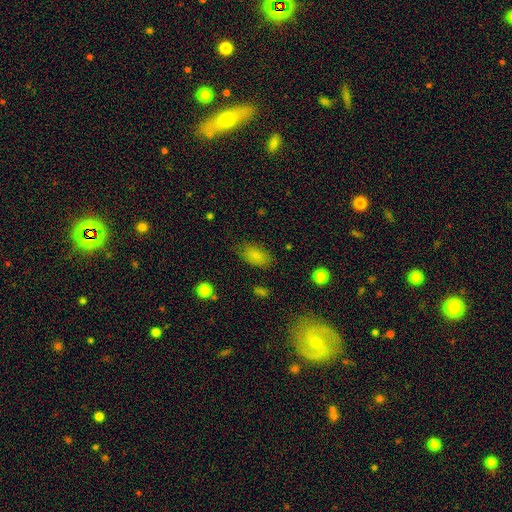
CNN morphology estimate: Smooth or featured: smooth — 83% (star or artifact — 9%)
How rounded: in between — 91% (round — 6%)
Merging: none — 74% (minor disturbance — 19%)